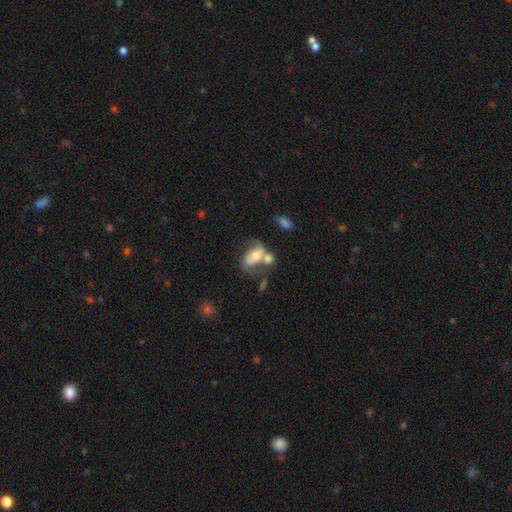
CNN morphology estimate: This appears to be a smooth galaxy with no disk features (48%). Merging: merger (39%).